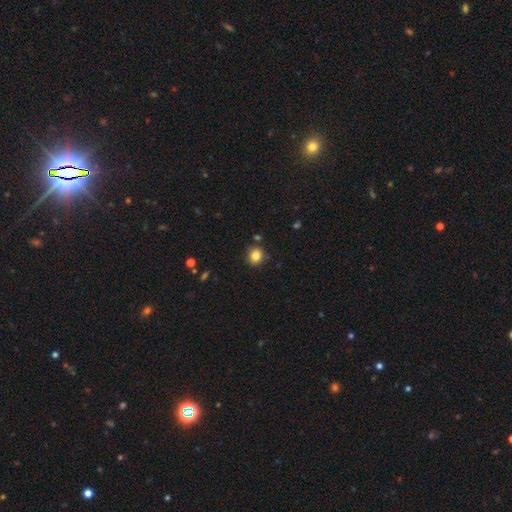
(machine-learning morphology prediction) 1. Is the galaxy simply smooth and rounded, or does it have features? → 83% smooth, 11% star or artifact, 6% featured or disk.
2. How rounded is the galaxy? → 84% round, 15% in between, 1% cigar-shaped.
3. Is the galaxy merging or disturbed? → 86% none, 9% minor disturbance, 3% merger, 2% major disturbance.